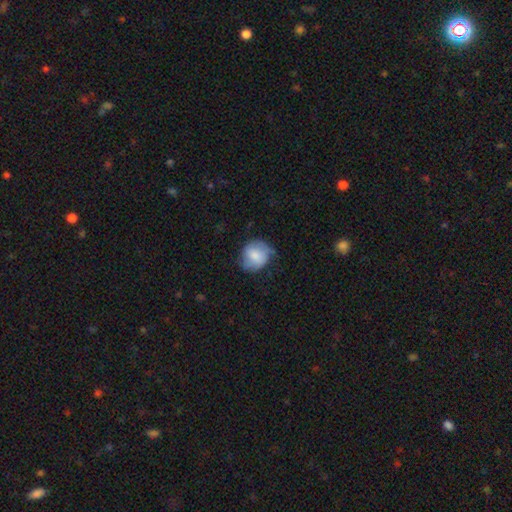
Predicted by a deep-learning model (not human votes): Smooth or featured? smooth (72%)
How rounded? round (76%)
Merging? none (56%)